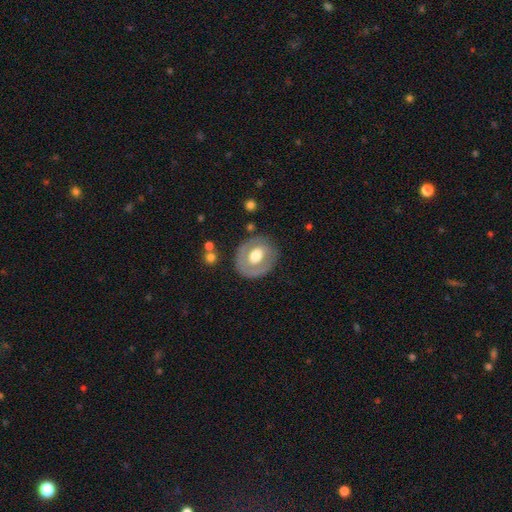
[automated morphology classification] Smooth or featured: featured or disk — 50% (smooth — 45%)
Merging: none — 77% (minor disturbance — 14%)